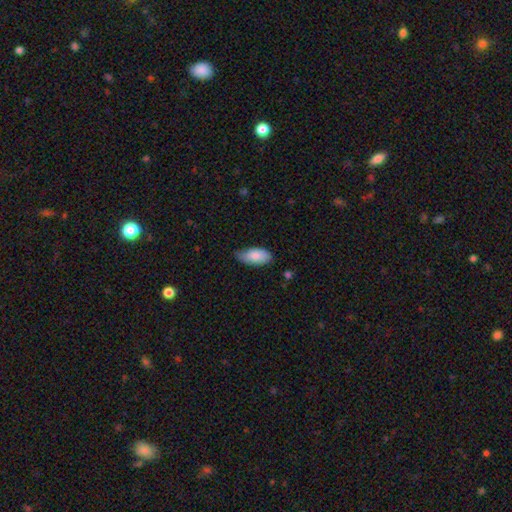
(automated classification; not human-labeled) Smooth or featured? Predicted: smooth (p=0.85). How rounded? Predicted: in between (p=0.93). Merging? Predicted: none (p=0.57).